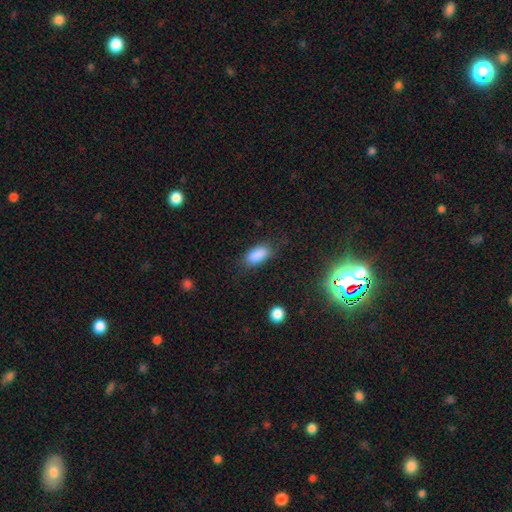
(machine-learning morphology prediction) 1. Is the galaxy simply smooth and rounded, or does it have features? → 87% smooth, 9% star or artifact, 5% featured or disk.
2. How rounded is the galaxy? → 89% in between, 7% cigar-shaped, 3% round.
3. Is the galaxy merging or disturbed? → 75% none, 18% minor disturbance, 6% major disturbance, 2% merger.